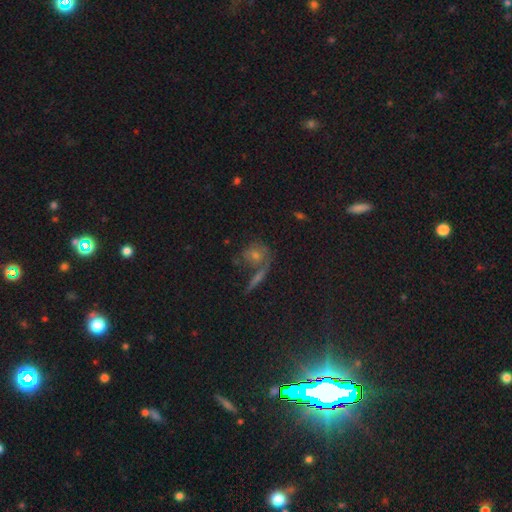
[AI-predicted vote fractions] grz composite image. It shows a smooth galaxy with no disk features (36%). Merging: none (58%).